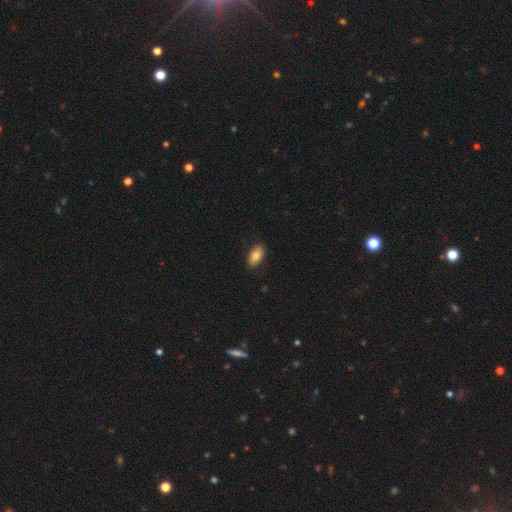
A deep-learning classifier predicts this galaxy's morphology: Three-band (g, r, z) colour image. It shows a smooth galaxy with no disk features (83%) that is in between round and cigar-shaped (93%). Merging: none (86%).